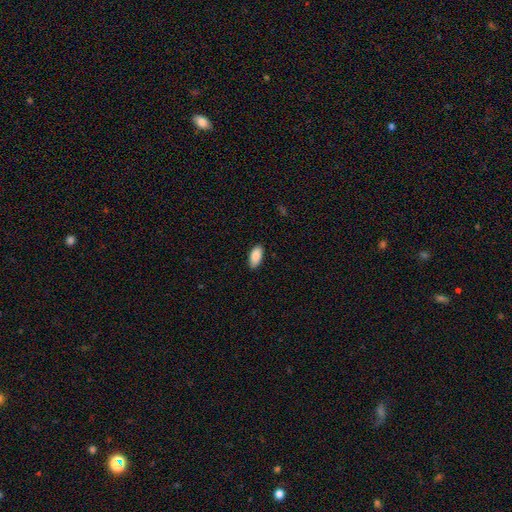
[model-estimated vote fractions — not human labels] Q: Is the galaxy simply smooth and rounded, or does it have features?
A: smooth — 89%.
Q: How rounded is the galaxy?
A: in between — 93%.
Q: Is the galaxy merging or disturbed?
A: none — 86%.